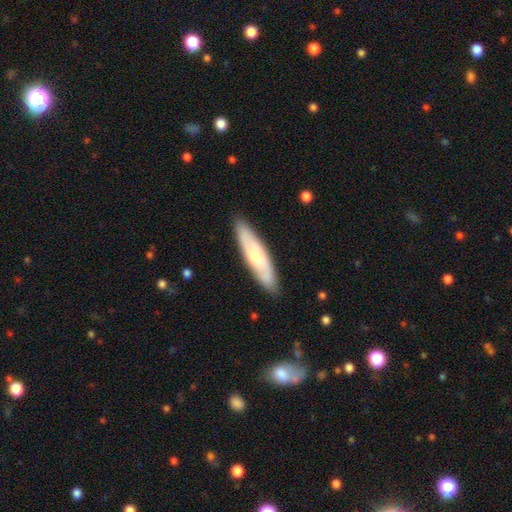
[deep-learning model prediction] Smooth or featured: smooth — 55% (featured or disk — 40%)
How rounded: cigar-shaped — 75% (in between — 24%)
Merging: none — 87% (minor disturbance — 10%)